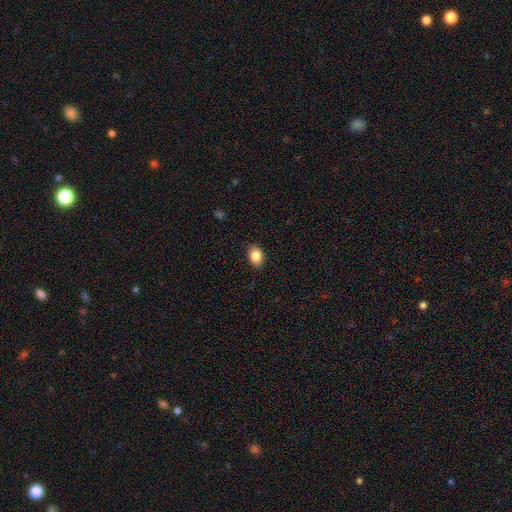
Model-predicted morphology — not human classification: A smooth galaxy with no disk features (86%) that is in between round and cigar-shaped (75%). Merging: none (87%).